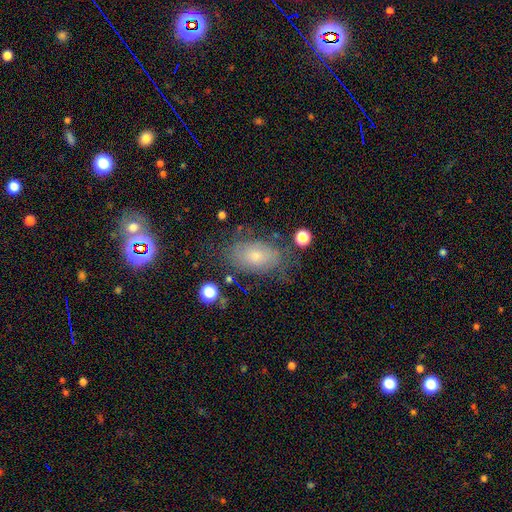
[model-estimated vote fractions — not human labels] Smooth or featured: smooth — 47% (featured or disk — 41%)
Merging: none — 61% (minor disturbance — 23%)